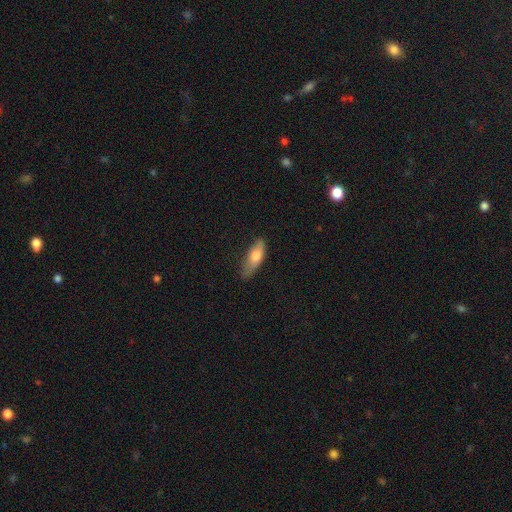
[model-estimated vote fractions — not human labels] Morphology: type=smooth (71%); roundness=in between (62%); merging=none (56%).